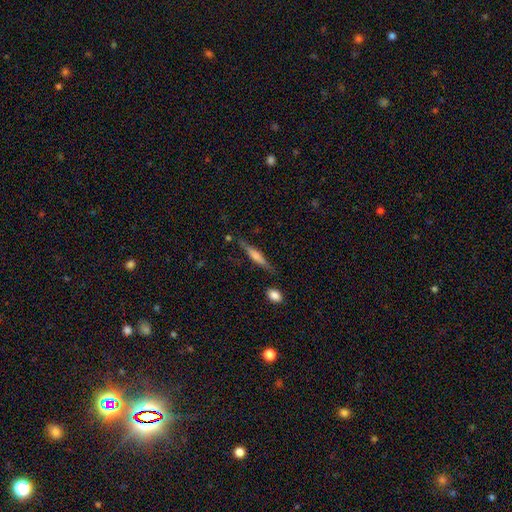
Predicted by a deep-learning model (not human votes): Smooth or featured? featured or disk (60%)
Edge-on disk? yes (96%)
Edge-on bulge? rounded (59%)
Merging? none (81%)